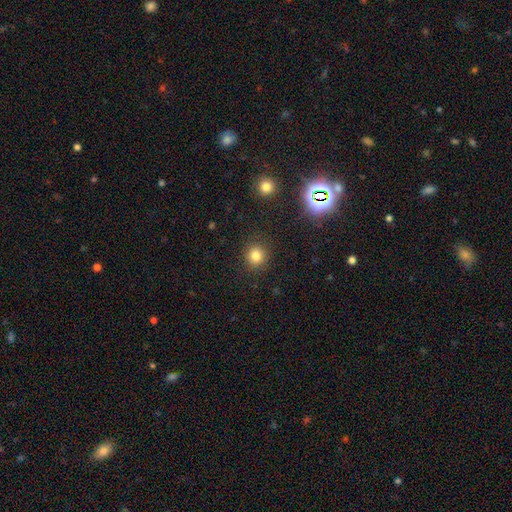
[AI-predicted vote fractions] Smooth or featured? smooth (81%)
How rounded? round (91%)
Merging? none (90%)